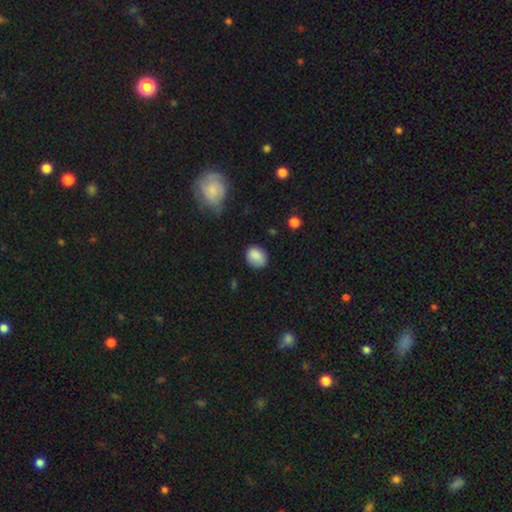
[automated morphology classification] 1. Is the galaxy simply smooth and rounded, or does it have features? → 87% smooth, 8% star or artifact, 5% featured or disk.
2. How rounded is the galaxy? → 50% round, 49% in between, 1% cigar-shaped.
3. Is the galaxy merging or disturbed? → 78% none, 17% minor disturbance, 3% major disturbance, 2% merger.